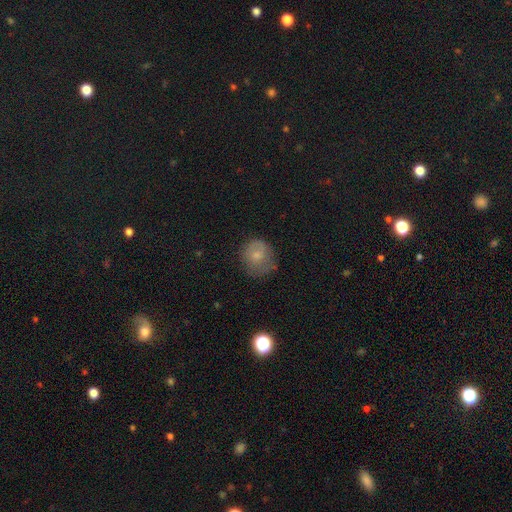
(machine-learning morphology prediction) Smooth or featured? smooth (66%)
How rounded? round (80%)
Merging? none (58%)